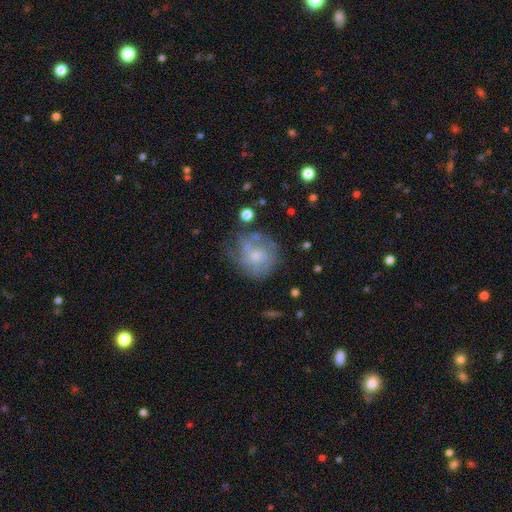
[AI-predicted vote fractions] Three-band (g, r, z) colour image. It shows a featured or disk galaxy (55%) with no bar (79%), spiral arms (53%) and a small central bulge (50%). Merging: none (51%).